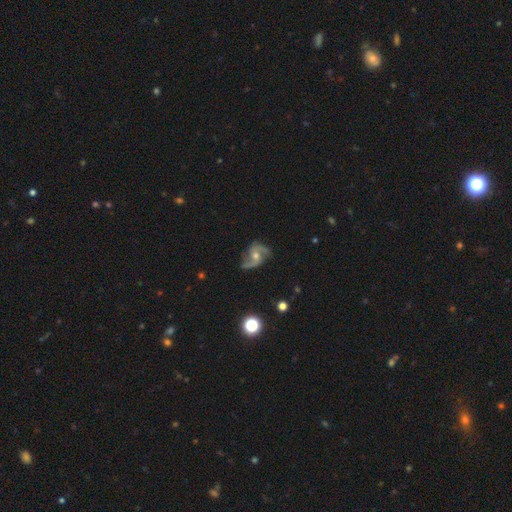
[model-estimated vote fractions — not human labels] Q: Smooth or featured?
A: featured or disk (86%); runner-up: smooth (7%)
Q: Edge-on disk?
A: no (97%); runner-up: yes (3%)
Q: Bar?
A: no (54%); runner-up: weak (36%)
Q: Spiral arms?
A: yes (96%); runner-up: no (4%)
Q: Spiral winding?
A: loose (54%); runner-up: medium (37%)
Q: Spiral arm count?
A: 2 (88%); runner-up: 3 (4%)
Q: Bulge size?
A: moderate (56%); runner-up: small (39%)
Q: Merging?
A: none (70%); runner-up: minor disturbance (19%)